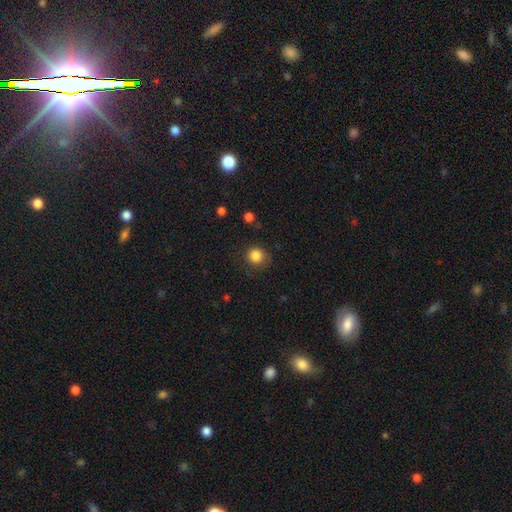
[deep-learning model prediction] Overall: smooth (84%). How rounded: round (90%). Merging: none (79%).